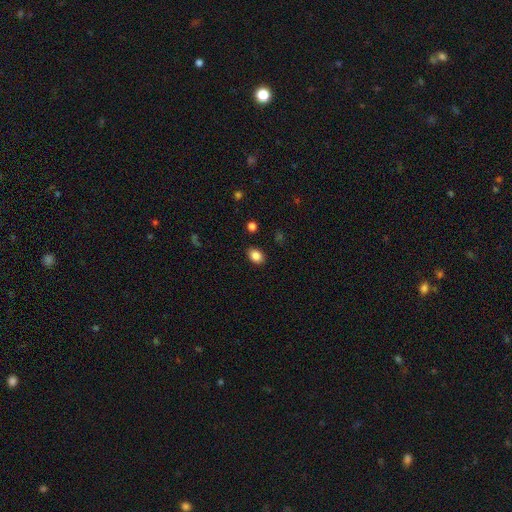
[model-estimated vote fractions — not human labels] Smooth or featured? smooth (86%)
How rounded? in between (73%)
Merging? none (89%)